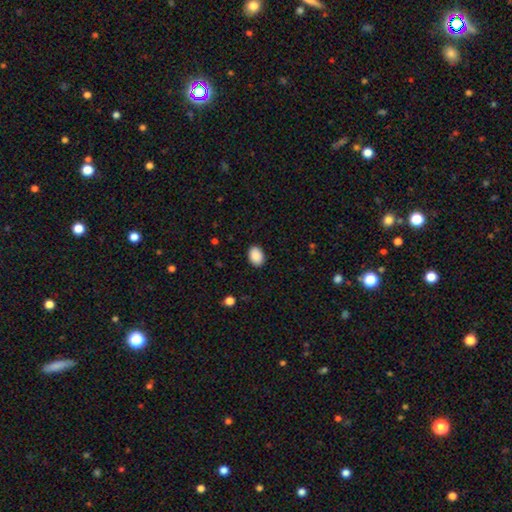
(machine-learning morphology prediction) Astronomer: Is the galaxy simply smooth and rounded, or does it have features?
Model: smooth — 90%.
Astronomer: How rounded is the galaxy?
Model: in between — 80%.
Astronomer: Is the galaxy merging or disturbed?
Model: none — 89%.